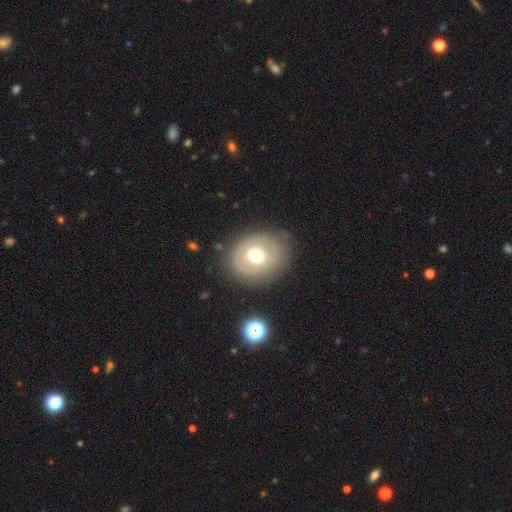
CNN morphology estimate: type=smooth (56%); roundness=round (62%); merging=none (78%).